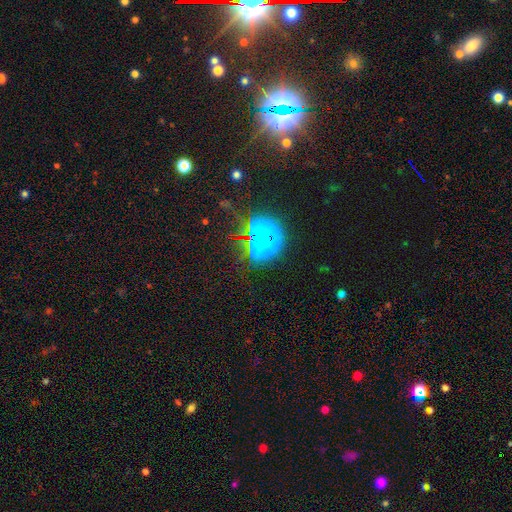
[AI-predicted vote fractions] A star or artifact, not a galaxy (71%).

Vote fractions:
- Smooth or featured? star or artifact: 71% / smooth: 21% / featured or disk: 9%